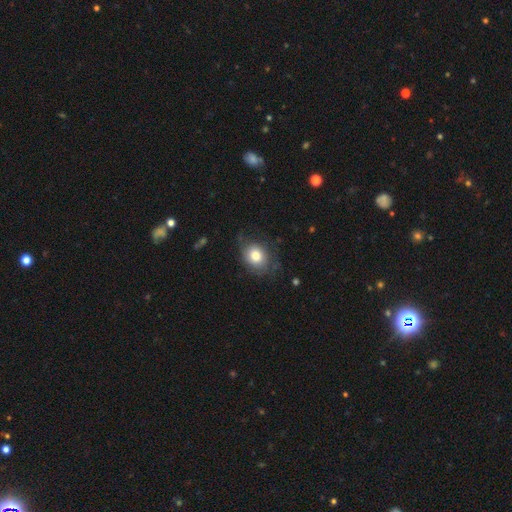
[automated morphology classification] Smooth or featured? Predicted: smooth (p=0.75). How rounded? Predicted: round (p=0.54). Merging? Predicted: none (p=0.66).